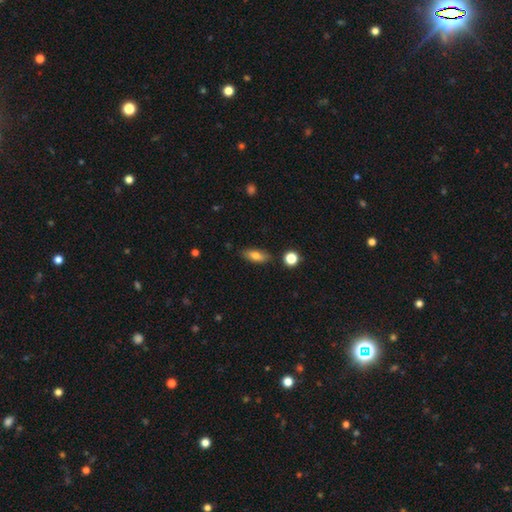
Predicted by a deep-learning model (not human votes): This is likely a smooth galaxy (75%). How rounded: likely in between (74%). Merging: clearly none (82%).